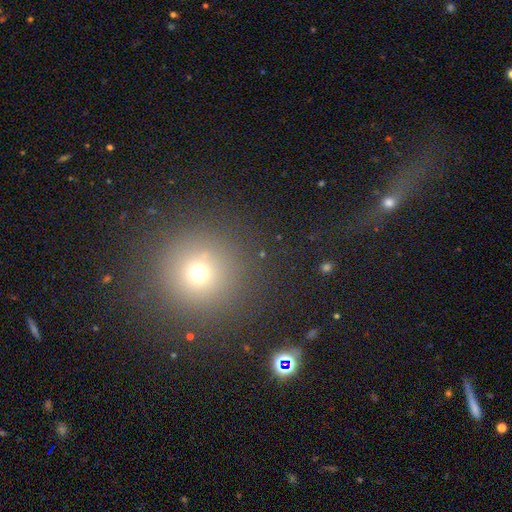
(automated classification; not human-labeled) smooth-or-featured: smooth: 61% | star or artifact: 29% | featured or disk: 10%
  how-rounded: round: 93% | in between: 5% | cigar-shaped: 2%
  merging: none: 85% | minor disturbance: 6% | major disturbance: 5% | merger: 3%